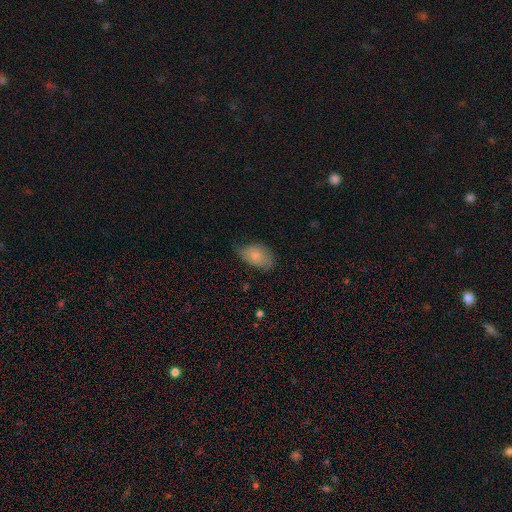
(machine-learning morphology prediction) smooth 79%, featured or disk 14%, star or artifact 7%. Down the decision tree: how rounded — in between (90%); merging — none (51%).